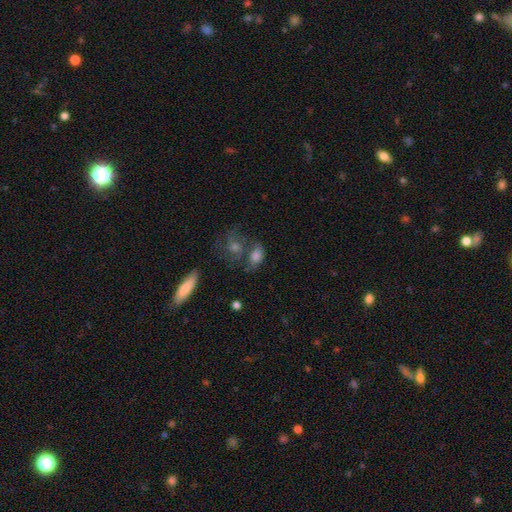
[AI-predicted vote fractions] The model was most divided on "merging" (2-way tie): none: 36%, merger: 36%, minor disturbance: 16%, major disturbance: 11%. More confident: how rounded — in between (72%); smooth or featured — smooth (64%).